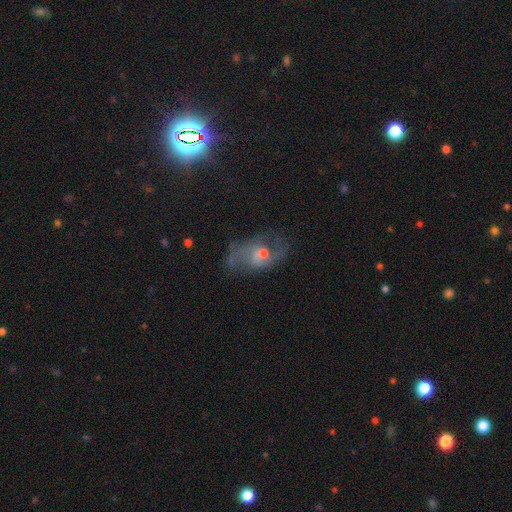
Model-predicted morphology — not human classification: smooth-or-featured: featured or disk: 60% | smooth: 21% | star or artifact: 19%
  disk-edge-on: no: 94% | yes: 6%
    bar: no: 65% | weak: 29% | strong: 6%
    has-spiral-arms: yes: 73% | no: 27%
    bulge-size: small: 46% (tied) | moderate: 46% (tied) | none: 4% | large: 4% | dominant: 1%
  merging: none: 56% | minor disturbance: 22% | major disturbance: 19% | merger: 3%